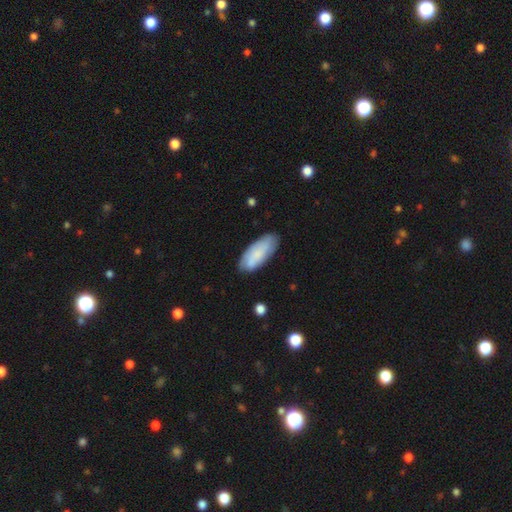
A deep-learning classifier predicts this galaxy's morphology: type=smooth (65%); roundness=in between (81%); merging=none (74%).